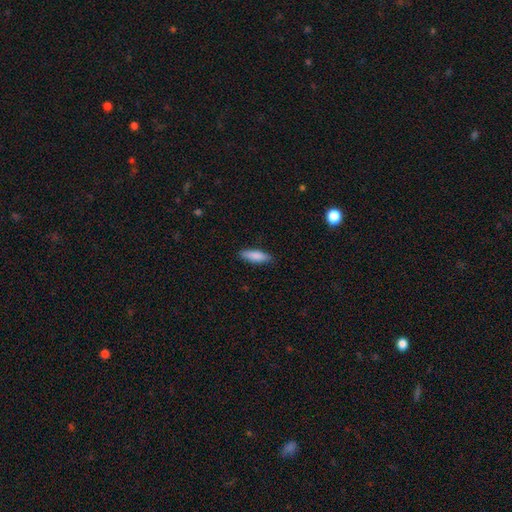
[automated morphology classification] smooth 86%, featured or disk 8%, star or artifact 6%. Down the decision tree: how rounded — cigar-shaped (52%); merging — none (86%).